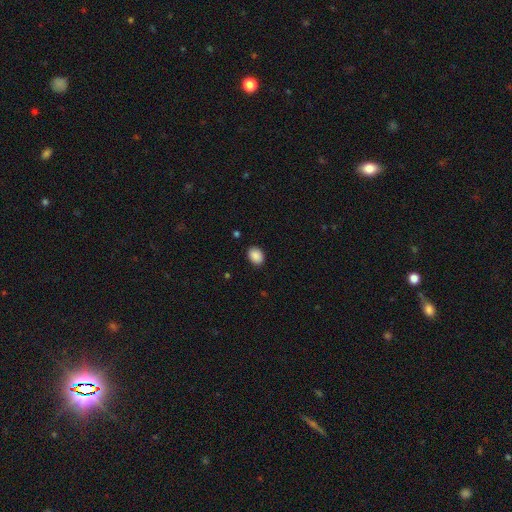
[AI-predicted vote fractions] Smooth or featured?
  - smooth: 89% *
  - star or artifact: 8%
  - featured or disk: 3%
How rounded?
  - in between: 65% *
  - round: 34%
  - cigar-shaped: 1%
Merging?
  - none: 88% *
  - minor disturbance: 9%
  - major disturbance: 2%
  - merger: 1%